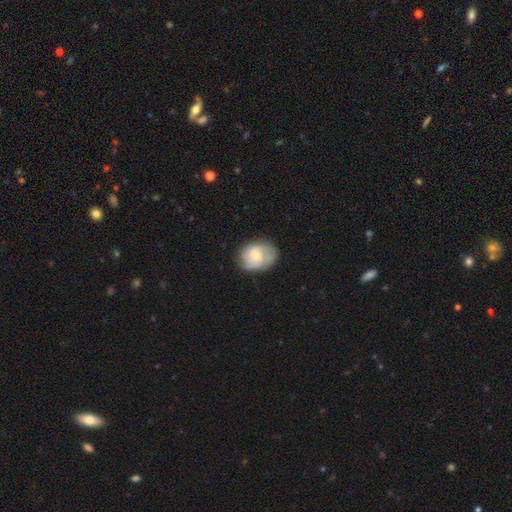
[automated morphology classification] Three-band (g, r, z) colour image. It shows a featured or disk galaxy (56%) with no bar (67%), spiral arms (78%) and a moderate central bulge (53%). Merging: none (68%).